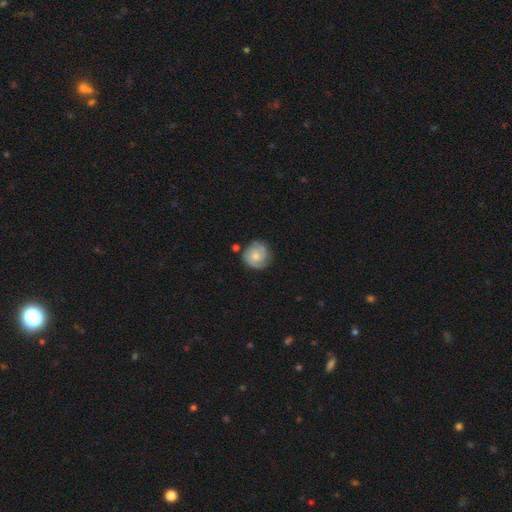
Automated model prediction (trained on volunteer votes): Smooth or featured: featured or disk — 51% (smooth — 42%)
Edge-on disk: no — 98% (yes — 2%)
Merging: none — 72% (minor disturbance — 18%)